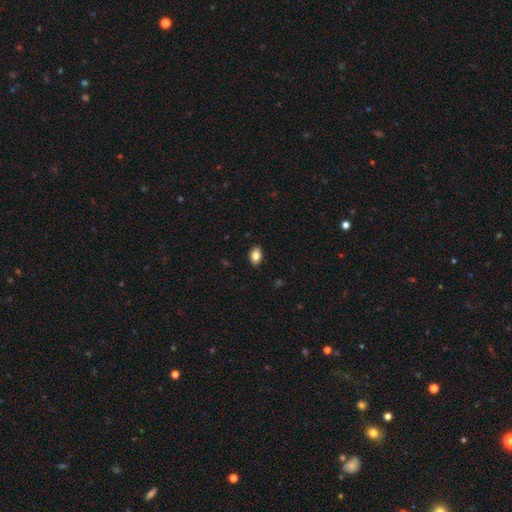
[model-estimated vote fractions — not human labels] Smooth or featured: smooth — 84% (star or artifact — 8%)
How rounded: in between — 86% (round — 13%)
Merging: none — 89% (minor disturbance — 8%)